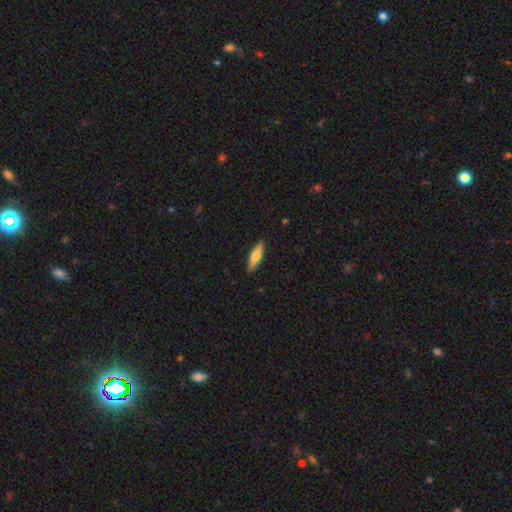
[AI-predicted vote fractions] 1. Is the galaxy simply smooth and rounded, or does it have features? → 72% smooth, 22% featured or disk, 6% star or artifact.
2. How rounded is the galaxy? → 59% cigar-shaped, 40% in between, 2% round.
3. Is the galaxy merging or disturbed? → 89% none, 8% minor disturbance, 2% major disturbance, 1% merger.